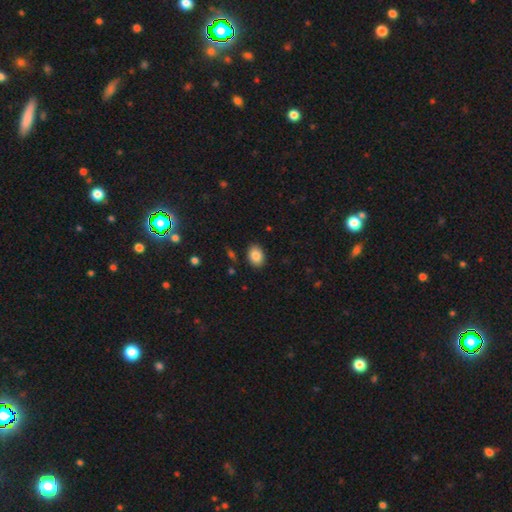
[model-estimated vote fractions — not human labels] Q: Smooth or featured?
A: smooth (86%); runner-up: star or artifact (8%)
Q: How rounded?
A: in between (75%); runner-up: round (24%)
Q: Merging?
A: none (88%); runner-up: minor disturbance (9%)